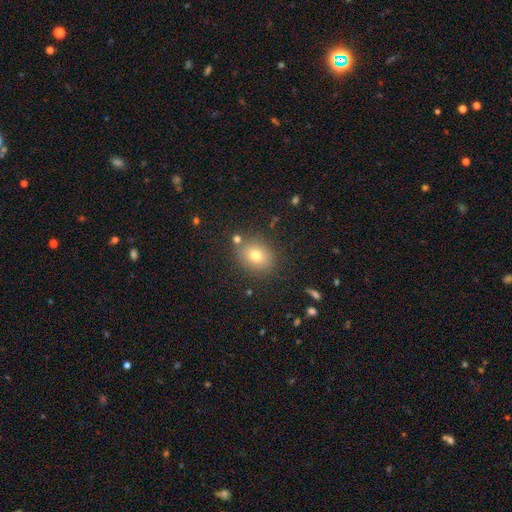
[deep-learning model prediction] Overall: smooth (73%). How rounded: round (57%; in between 42%). Merging: none (81%).